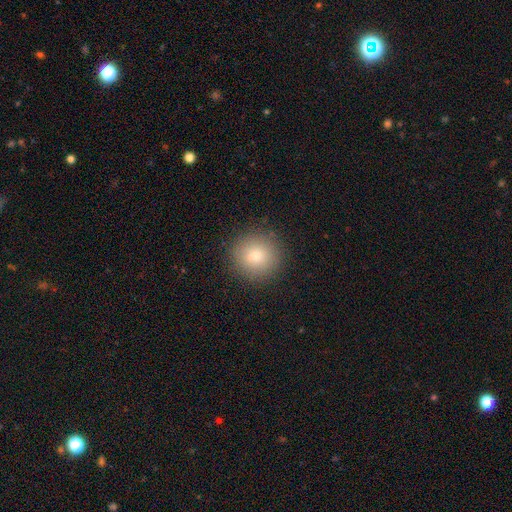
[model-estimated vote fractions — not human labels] smooth 82%, star or artifact 10%, featured or disk 8%. Down the decision tree: how rounded — round (94%); merging — none (90%).